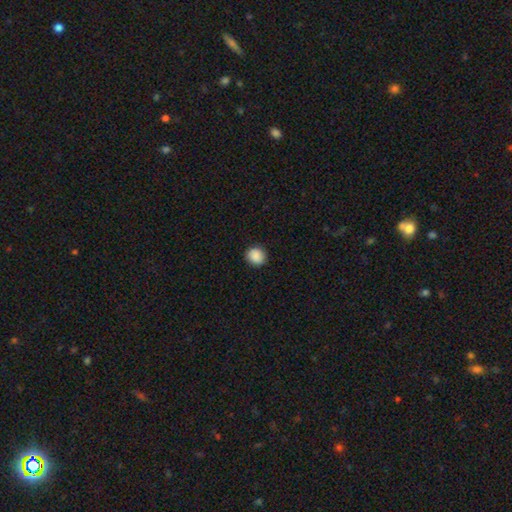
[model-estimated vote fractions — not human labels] Smooth or featured? Predicted: smooth (p=0.89). How rounded? Predicted: round (p=0.83). Merging? Predicted: none (p=0.90).